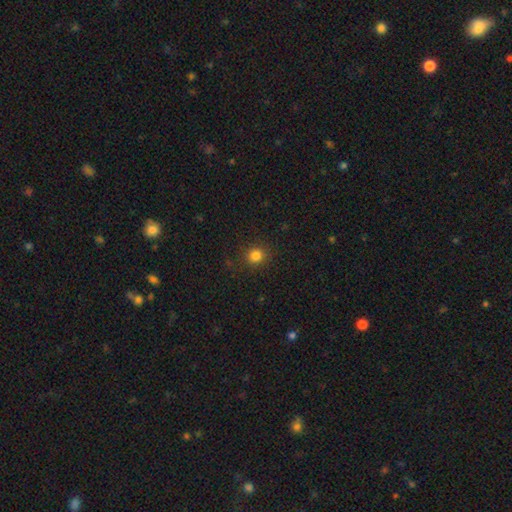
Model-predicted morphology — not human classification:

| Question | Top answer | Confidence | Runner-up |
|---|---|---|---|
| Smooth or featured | smooth | 83% | star or artifact (13%) |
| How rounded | round | 89% | in between (10%) |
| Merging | none | 88% | minor disturbance (8%) |